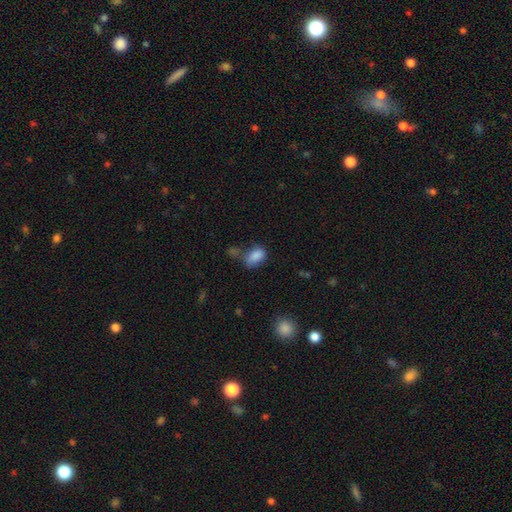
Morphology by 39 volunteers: smooth_or_featured: smooth (p=0.87) [alt: featured or disk p=0.08]
how_rounded: in between (p=0.85) [alt: round p=0.15]
merging: none (p=0.59) [alt: minor disturbance p=0.30]